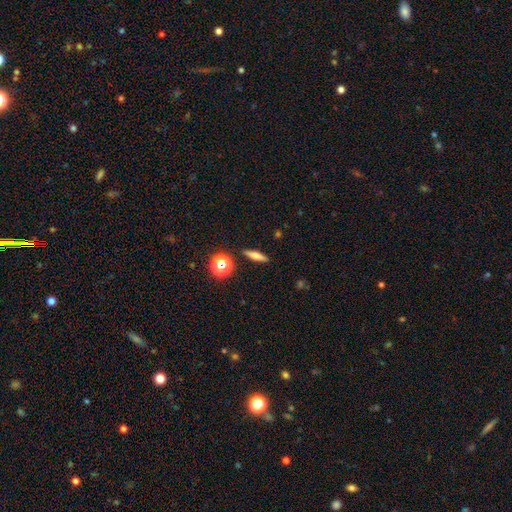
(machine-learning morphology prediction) This appears to be a smooth galaxy with no disk features (59%) that is cigar-shaped (67%). Merging: none (89%).